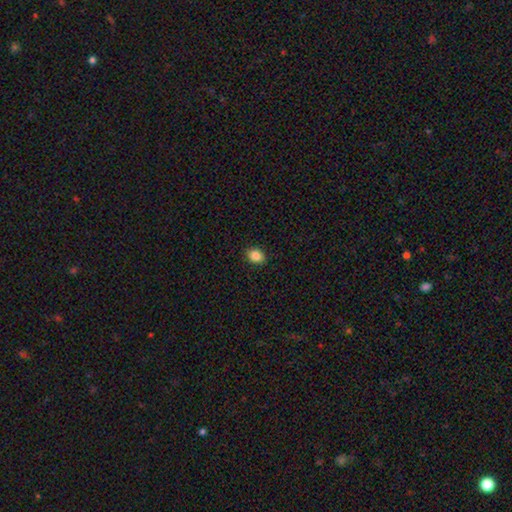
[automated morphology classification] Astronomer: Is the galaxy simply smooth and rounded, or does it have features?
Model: smooth — 87%.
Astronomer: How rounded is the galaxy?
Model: in between — 59% (runner-up: round, 40%).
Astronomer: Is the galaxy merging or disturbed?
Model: none — 90%.